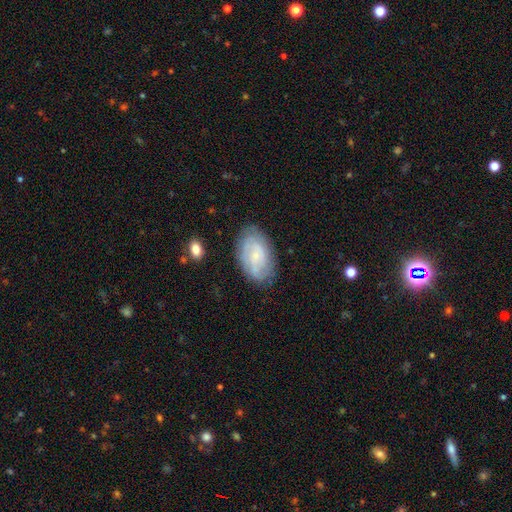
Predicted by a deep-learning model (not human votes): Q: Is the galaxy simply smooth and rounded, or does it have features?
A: featured or disk — 62%.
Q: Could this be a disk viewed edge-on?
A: no — 96%.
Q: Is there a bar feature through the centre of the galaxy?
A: no — 64%.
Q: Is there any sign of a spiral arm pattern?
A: yes — 86%.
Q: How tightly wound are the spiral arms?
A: tight — 54%.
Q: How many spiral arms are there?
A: can't tell — 44%.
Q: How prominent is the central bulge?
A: small — 73%.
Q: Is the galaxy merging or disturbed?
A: none — 77%.